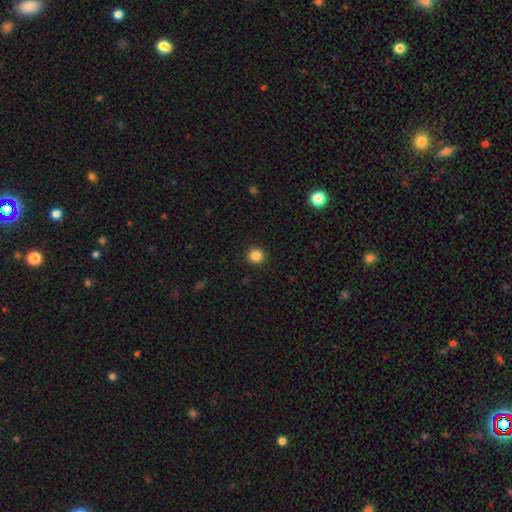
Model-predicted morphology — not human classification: type=smooth (87%); roundness=round (94%); merging=none (92%).